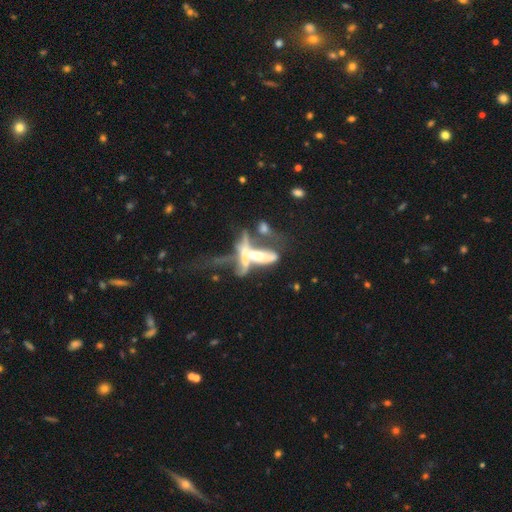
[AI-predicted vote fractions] Overall: featured or disk (61%; smooth 28%). Edge-on disk: no (66%; yes 34%). Merging: merger (60%; major disturbance 22%).